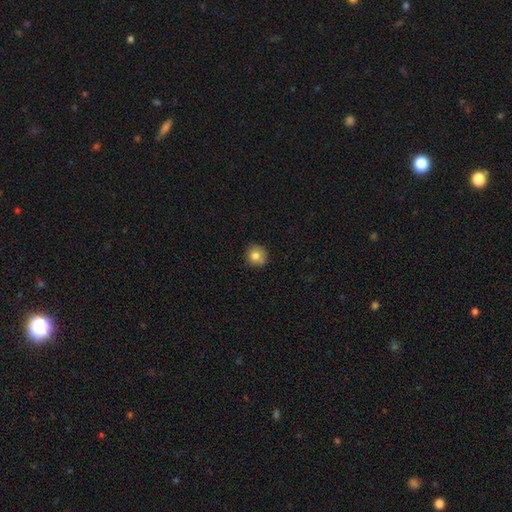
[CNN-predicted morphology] Smooth or featured?
  - smooth: 81% *
  - star or artifact: 10%
  - featured or disk: 9%
How rounded?
  - round: 91% *
  - in between: 8%
  - cigar-shaped: 1%
Merging?
  - none: 87% *
  - minor disturbance: 10%
  - major disturbance: 2%
  - merger: 1%